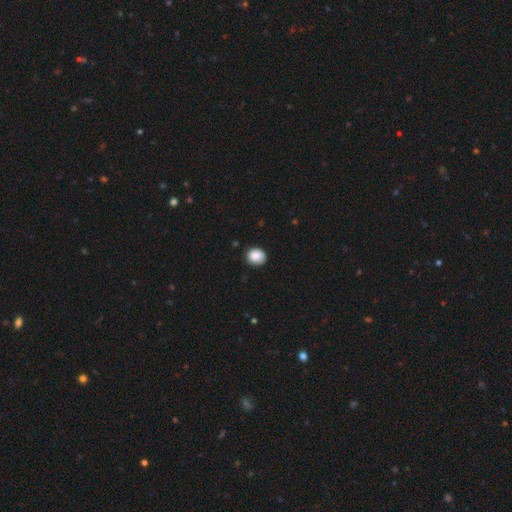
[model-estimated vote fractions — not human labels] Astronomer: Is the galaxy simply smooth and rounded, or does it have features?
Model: smooth — 88%.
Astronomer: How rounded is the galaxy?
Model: round — 72%.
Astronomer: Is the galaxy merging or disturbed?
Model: none — 85%.